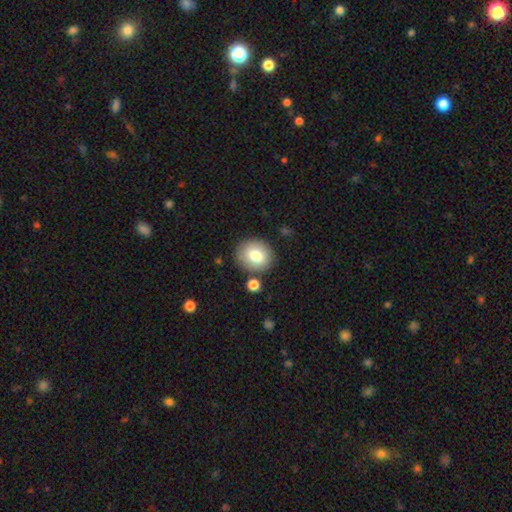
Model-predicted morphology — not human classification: This appears to be a smooth galaxy with no disk features (78%) that is round (73%). Merging: none (81%).